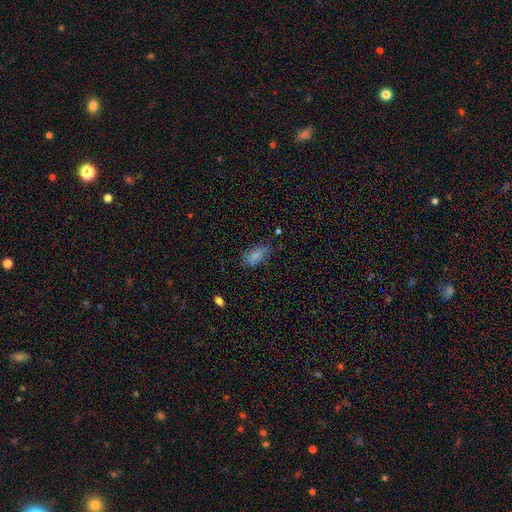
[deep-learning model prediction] Overall: smooth (81%). How rounded: in between (87%). Merging: none (62%; minor disturbance 27%).